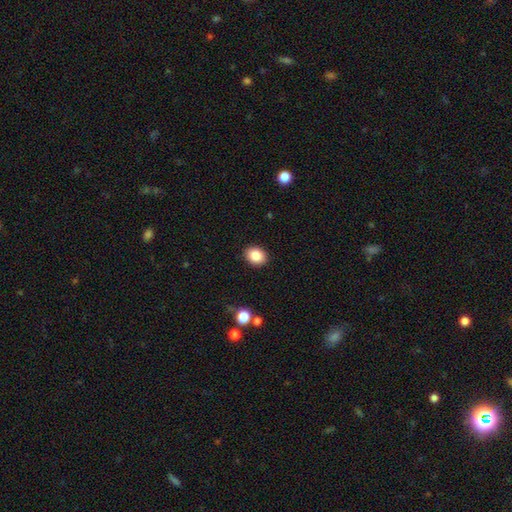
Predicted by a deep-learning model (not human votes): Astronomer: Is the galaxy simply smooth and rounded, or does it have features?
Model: smooth — 85%.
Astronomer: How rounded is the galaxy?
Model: in between — 50% (runner-up: round, 49%).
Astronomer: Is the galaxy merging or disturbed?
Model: none — 90%.